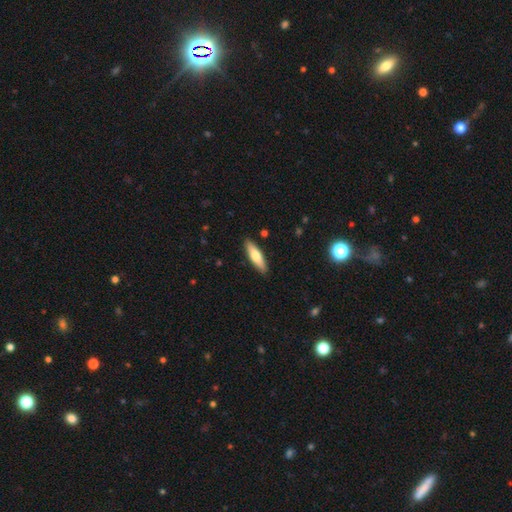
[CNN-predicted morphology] Q: Smooth or featured?
A: smooth (67%); runner-up: featured or disk (27%)
Q: How rounded?
A: cigar-shaped (62%); runner-up: in between (36%)
Q: Merging?
A: none (89%); runner-up: minor disturbance (8%)